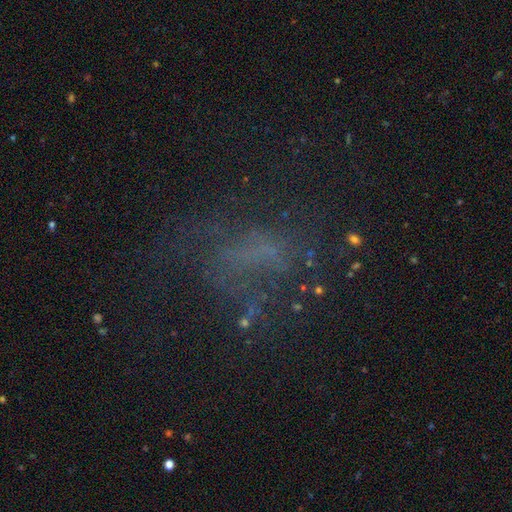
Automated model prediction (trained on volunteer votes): Smooth or featured?
  - featured or disk: 38% *
  - star or artifact: 35%
  - smooth: 26%
Merging?
  - none: 50% *
  - major disturbance: 29%
  - minor disturbance: 17%
  - merger: 4%